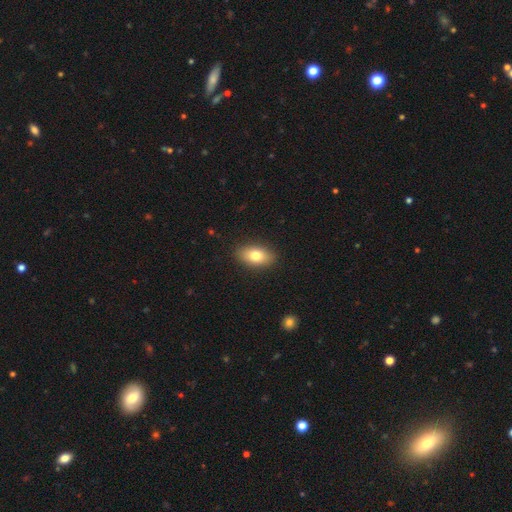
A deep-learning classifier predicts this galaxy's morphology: The model was most divided on "smooth or featured": smooth: 77%, featured or disk: 16%, star or artifact: 8%. More confident: how rounded — in between (89%); merging — none (88%).